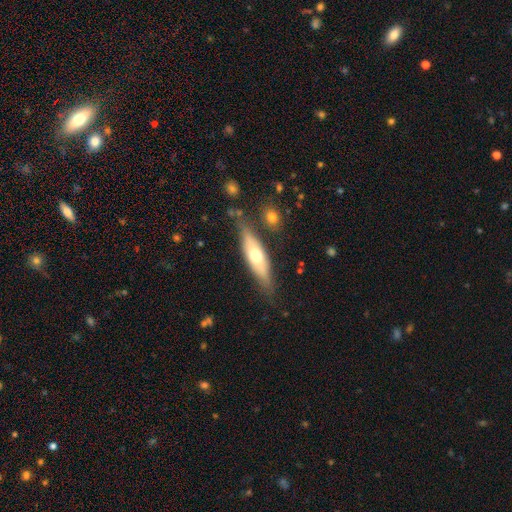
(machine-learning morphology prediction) This appears to be a smooth galaxy with no disk features (50%). Merging: none (76%).